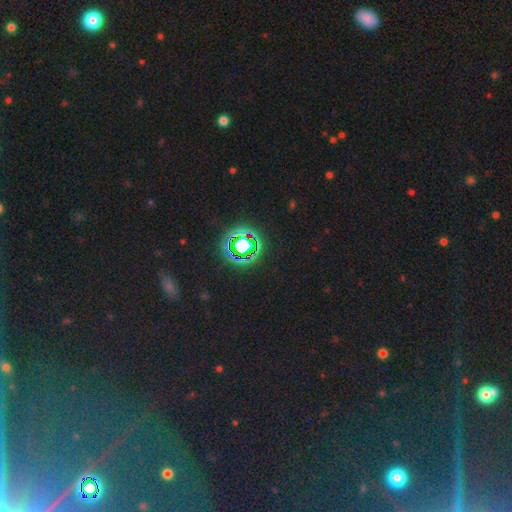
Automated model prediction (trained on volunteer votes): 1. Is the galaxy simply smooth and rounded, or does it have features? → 69% star or artifact, 22% smooth, 9% featured or disk.